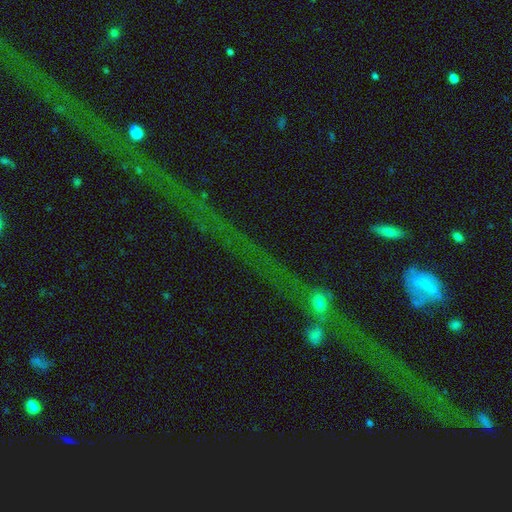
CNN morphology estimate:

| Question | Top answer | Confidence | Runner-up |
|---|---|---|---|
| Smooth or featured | star or artifact | 53% | featured or disk (27%) |